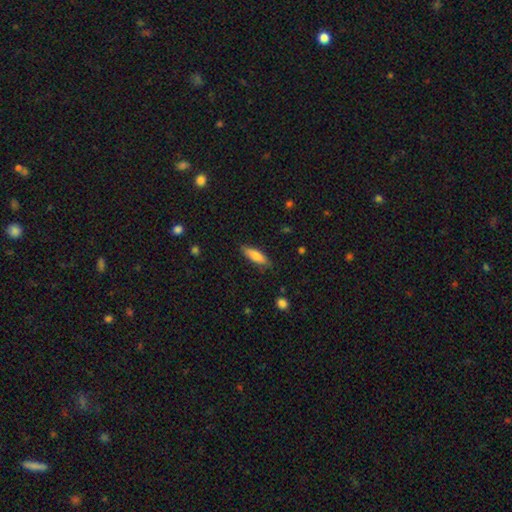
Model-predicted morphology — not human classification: Smooth or featured?
  - smooth: 77% *
  - featured or disk: 17%
  - star or artifact: 6%
How rounded?
  - cigar-shaped: 51% *
  - in between: 47%
  - round: 2%
Merging?
  - none: 81% *
  - minor disturbance: 15%
  - major disturbance: 3%
  - merger: 1%